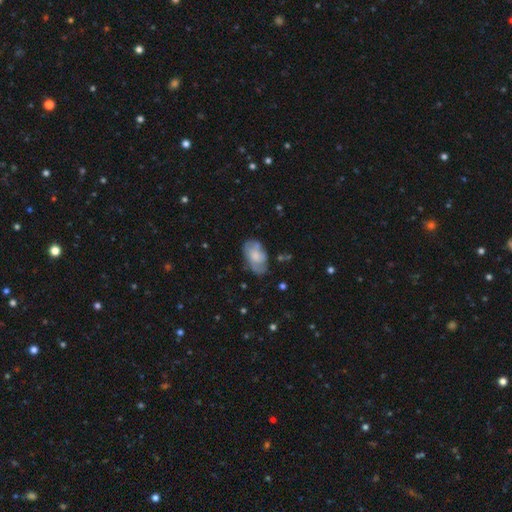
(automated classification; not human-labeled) smooth-or-featured: smooth: 56% | featured or disk: 37% | star or artifact: 7%
  how-rounded: in between: 92% | round: 6% | cigar-shaped: 2%
  merging: none: 60% | minor disturbance: 26% | major disturbance: 11% | merger: 3%